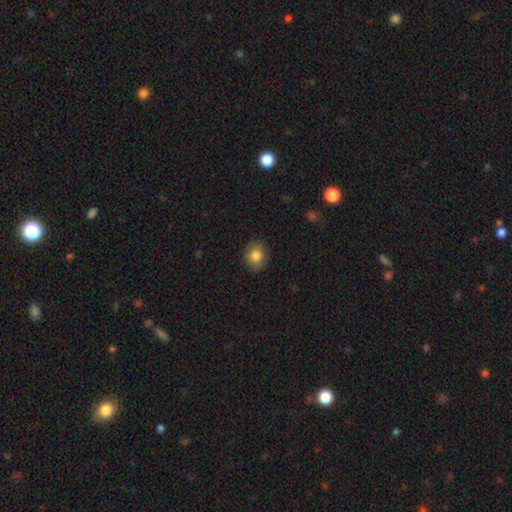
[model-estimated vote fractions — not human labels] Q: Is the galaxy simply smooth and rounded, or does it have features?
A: smooth — 84%.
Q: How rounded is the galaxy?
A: round — 66%.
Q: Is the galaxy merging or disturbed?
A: none — 88%.